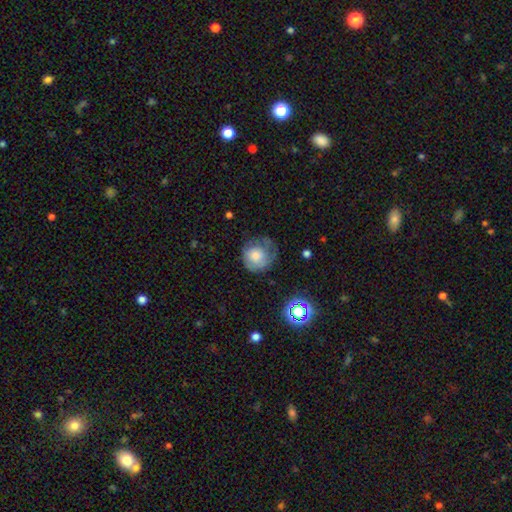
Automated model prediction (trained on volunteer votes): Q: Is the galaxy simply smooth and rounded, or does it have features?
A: smooth — 65%.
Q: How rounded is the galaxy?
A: round — 87%.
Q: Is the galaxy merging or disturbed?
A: none — 53%.